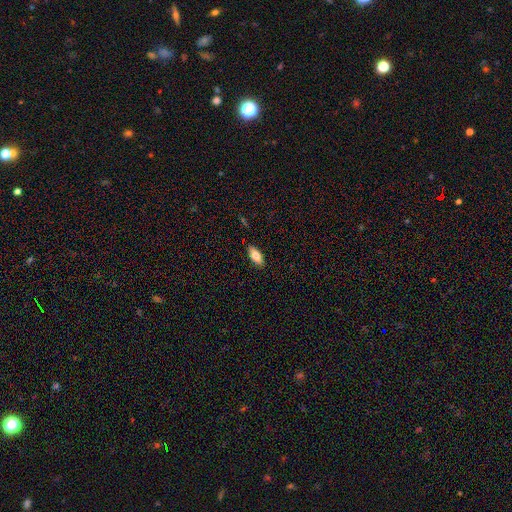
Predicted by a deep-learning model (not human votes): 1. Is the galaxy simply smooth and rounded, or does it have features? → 80% smooth, 13% featured or disk, 7% star or artifact.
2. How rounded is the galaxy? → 83% in between, 14% cigar-shaped, 2% round.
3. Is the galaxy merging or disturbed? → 86% none, 11% minor disturbance, 2% major disturbance, 1% merger.